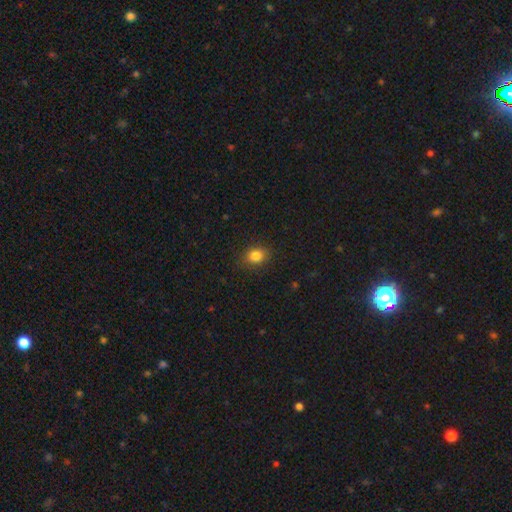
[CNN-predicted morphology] smooth-or-featured: smooth: 83% | star or artifact: 11% | featured or disk: 6%
  how-rounded: round: 51% | in between: 48% | cigar-shaped: 1%
  merging: none: 87% | minor disturbance: 10% | major disturbance: 3% | merger: 1%